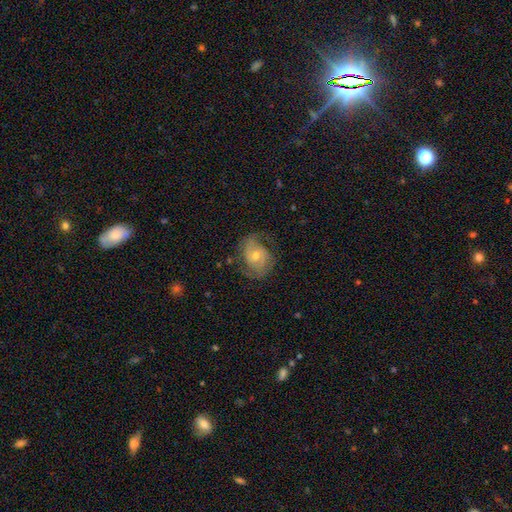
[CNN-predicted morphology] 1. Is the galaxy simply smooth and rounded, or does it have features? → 80% featured or disk, 12% smooth, 8% star or artifact.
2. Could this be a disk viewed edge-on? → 97% no, 3% yes.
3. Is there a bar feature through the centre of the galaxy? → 56% no, 35% weak, 9% strong.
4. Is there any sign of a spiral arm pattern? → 94% yes, 6% no.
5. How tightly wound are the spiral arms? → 45% medium, 37% tight, 18% loose.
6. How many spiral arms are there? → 74% 2, 12% can't tell, 6% 3, 3% 1, 2% 4, 2% more than 4.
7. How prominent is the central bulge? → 52% moderate, 44% small, 2% large, 1% none, 1% dominant.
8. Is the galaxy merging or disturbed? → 70% none, 18% minor disturbance, 10% major disturbance, 1% merger.